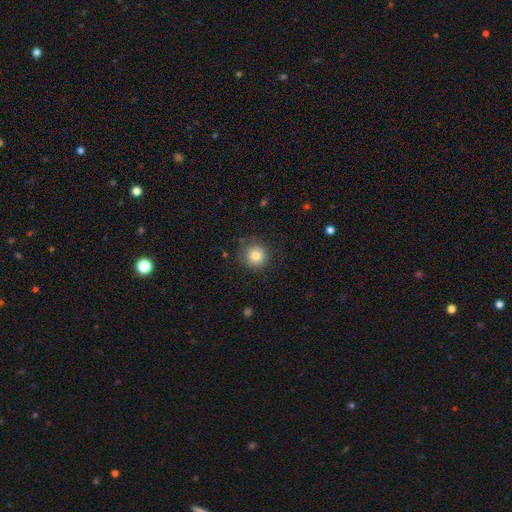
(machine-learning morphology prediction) This is clearly a smooth galaxy (82%). How rounded: clearly round (93%). Merging: clearly none (82%).